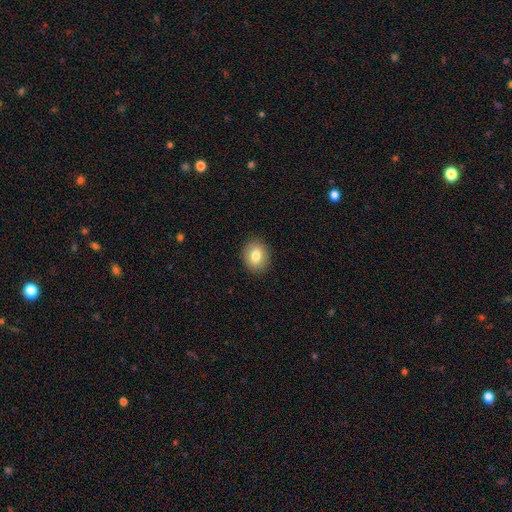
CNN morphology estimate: The model was most divided on "how rounded": in between: 52%, round: 47%, cigar-shaped: 1%. More confident: merging — none (89%); smooth or featured — smooth (80%).